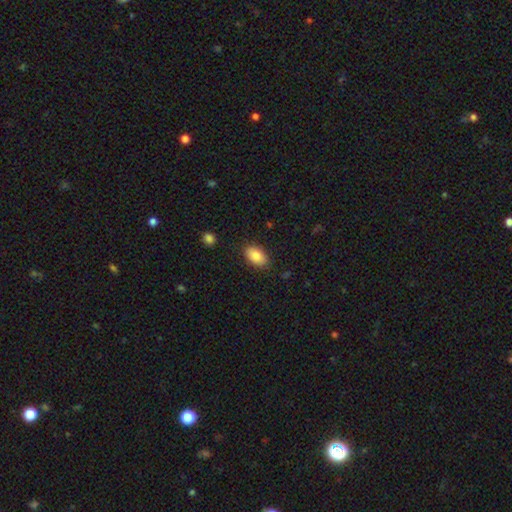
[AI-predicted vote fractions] This appears to be a smooth galaxy with no disk features (85%) that is in between round and cigar-shaped (92%). Merging: none (86%).